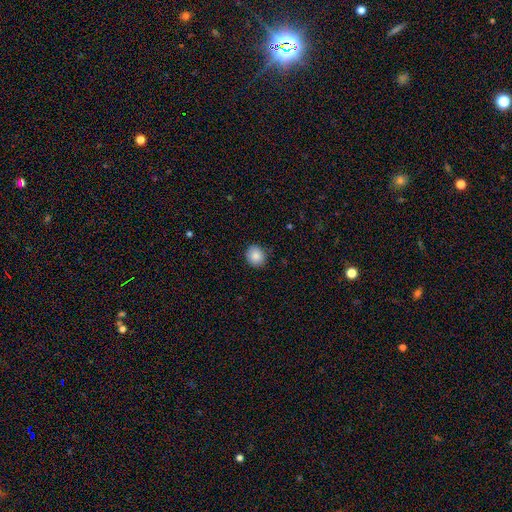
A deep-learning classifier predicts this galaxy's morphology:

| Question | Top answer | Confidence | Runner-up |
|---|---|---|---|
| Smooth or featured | smooth | 87% | star or artifact (8%) |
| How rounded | round | 75% | in between (24%) |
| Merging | none | 86% | minor disturbance (11%) |